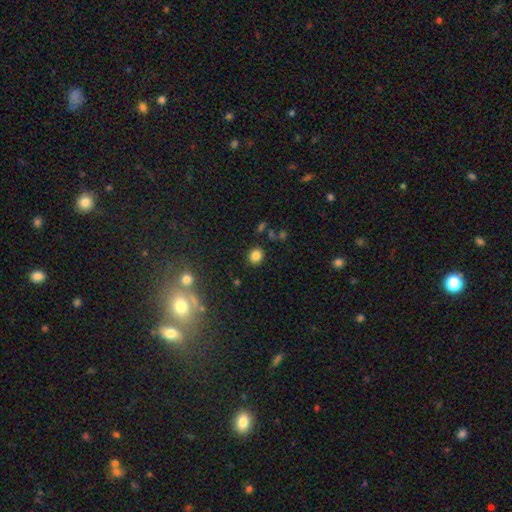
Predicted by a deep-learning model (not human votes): The model was most divided on "how rounded": round: 78%, in between: 21%, cigar-shaped: 1%. More confident: merging — none (88%); smooth or featured — smooth (82%).